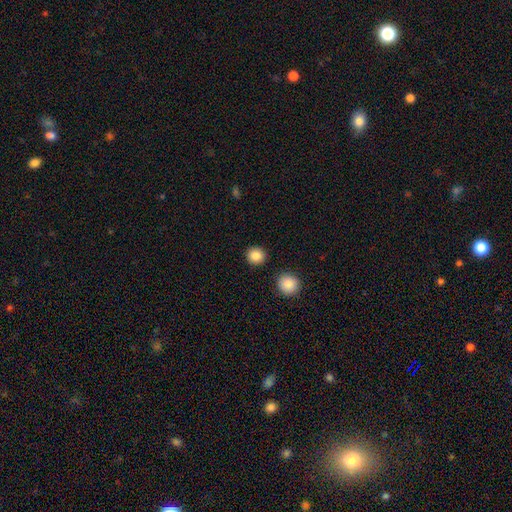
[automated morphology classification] A smooth galaxy with no disk features (86%) that is round (90%). Merging: none (90%).